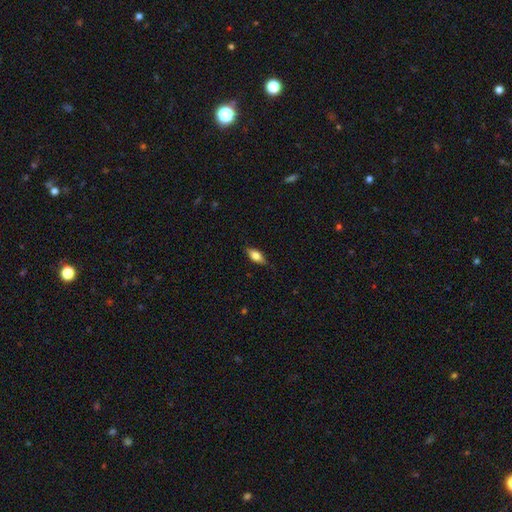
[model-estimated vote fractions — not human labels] Smooth or featured: smooth — 71% (featured or disk — 22%)
How rounded: in between — 80% (cigar-shaped — 17%)
Merging: none — 81% (minor disturbance — 15%)